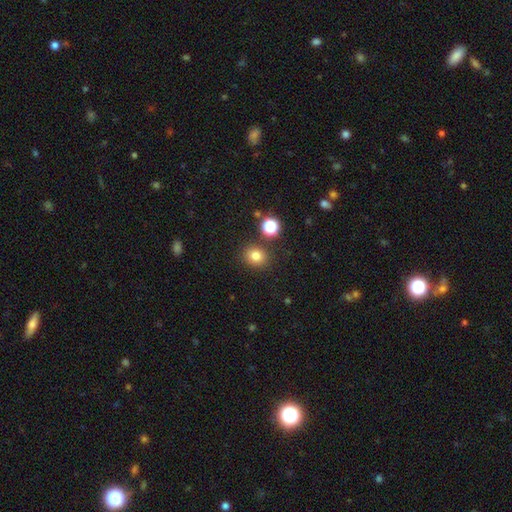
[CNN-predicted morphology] Overall: smooth (79%). How rounded: round (74%). Merging: none (85%).